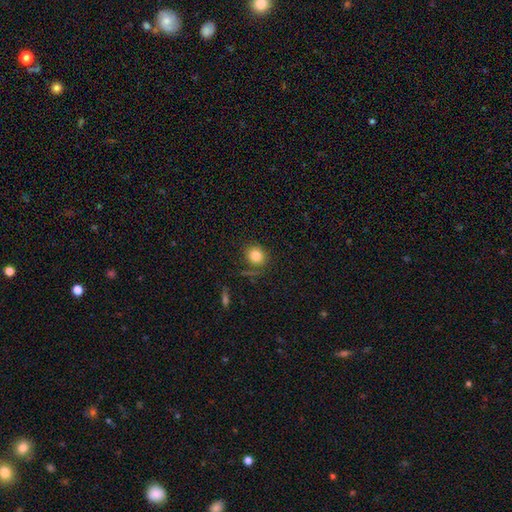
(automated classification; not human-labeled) Smooth or featured? Predicted: smooth (p=0.82). How rounded? Predicted: round (p=0.76). Merging? Predicted: none (p=0.80).